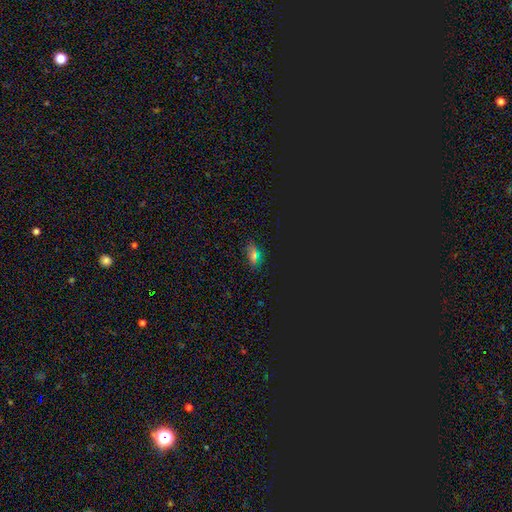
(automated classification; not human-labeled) A smooth galaxy with no disk features (51%) that is in between round and cigar-shaped (81%). Merging: none (84%).